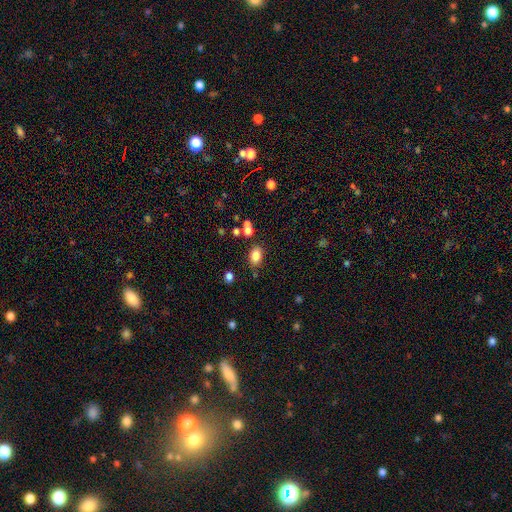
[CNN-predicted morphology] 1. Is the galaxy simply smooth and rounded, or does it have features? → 84% smooth, 10% star or artifact, 6% featured or disk.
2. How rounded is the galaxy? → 86% in between, 13% round, 2% cigar-shaped.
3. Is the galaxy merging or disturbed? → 78% none, 12% minor disturbance, 7% merger, 3% major disturbance.